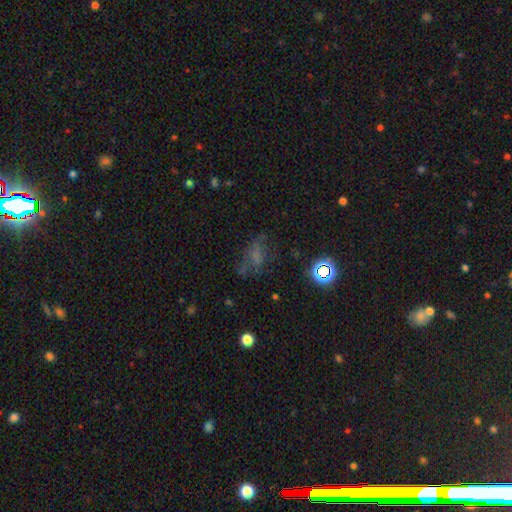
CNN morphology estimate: Smooth or featured? Predicted: smooth (p=0.38). Merging? Predicted: none (p=0.51).